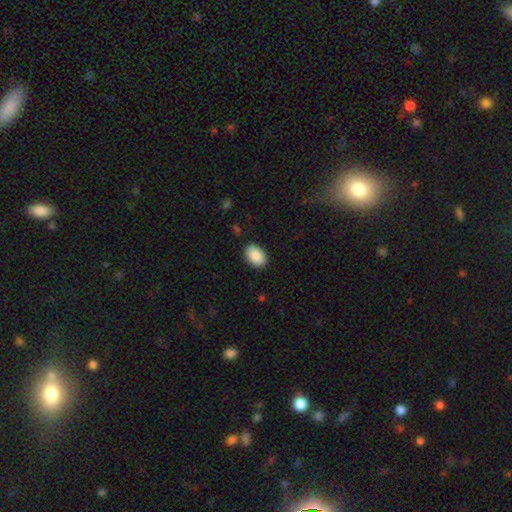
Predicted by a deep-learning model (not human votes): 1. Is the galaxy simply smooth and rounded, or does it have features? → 90% smooth, 7% star or artifact, 4% featured or disk.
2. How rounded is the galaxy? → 88% in between, 11% round, 1% cigar-shaped.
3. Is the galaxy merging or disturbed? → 89% none, 8% minor disturbance, 2% major disturbance, 1% merger.